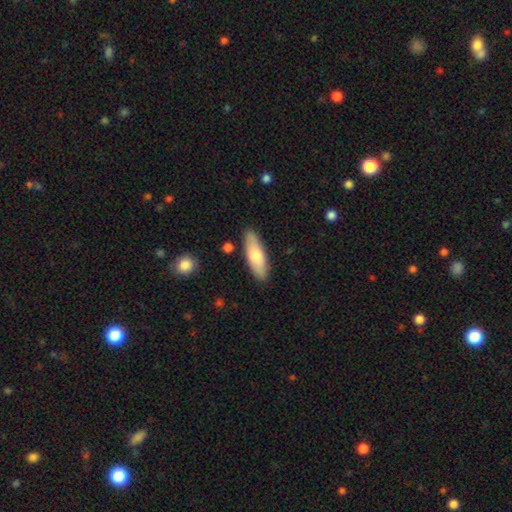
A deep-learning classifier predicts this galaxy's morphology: type=smooth (74%); roundness=in between (57%); merging=none (86%).